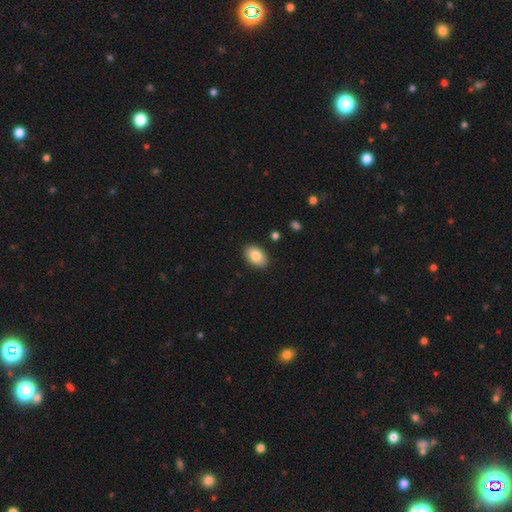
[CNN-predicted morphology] Q: Smooth or featured?
A: smooth (86%); runner-up: featured or disk (7%)
Q: How rounded?
A: in between (90%); runner-up: round (9%)
Q: Merging?
A: none (88%); runner-up: minor disturbance (9%)